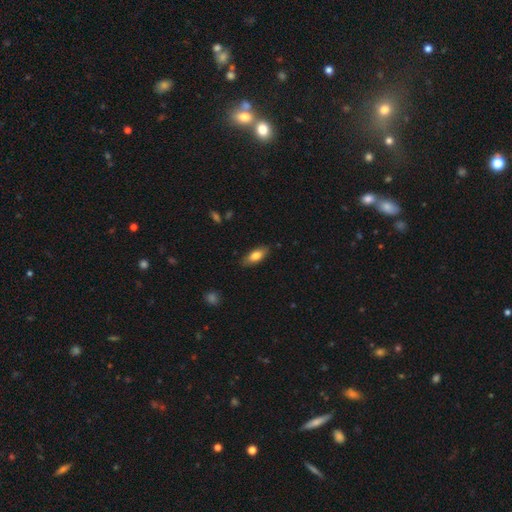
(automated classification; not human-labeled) Q: Smooth or featured?
A: smooth (76%); runner-up: featured or disk (17%)
Q: How rounded?
A: in between (81%); runner-up: cigar-shaped (17%)
Q: Merging?
A: none (85%); runner-up: minor disturbance (12%)